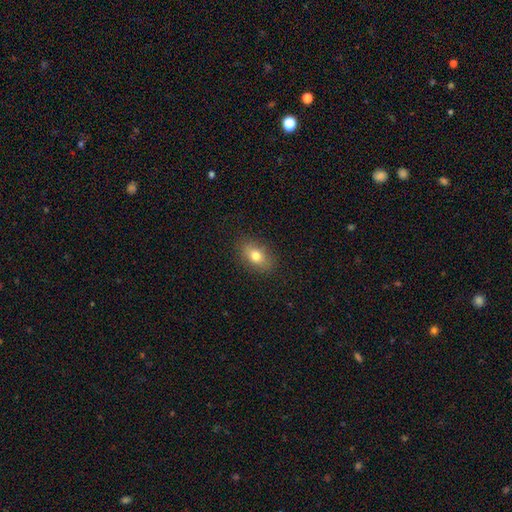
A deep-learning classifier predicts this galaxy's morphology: Smooth or featured? Predicted: smooth (p=0.76). How rounded? Predicted: in between (p=0.82). Merging? Predicted: none (p=0.85).